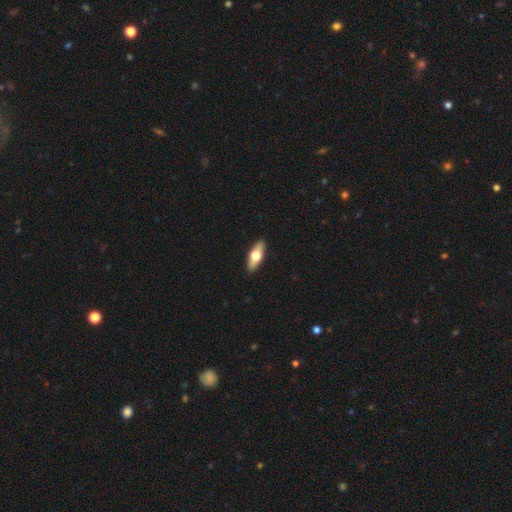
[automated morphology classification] Smooth or featured: smooth — 58% (featured or disk — 37%)
How rounded: in between — 64% (cigar-shaped — 33%)
Merging: none — 91% (minor disturbance — 7%)